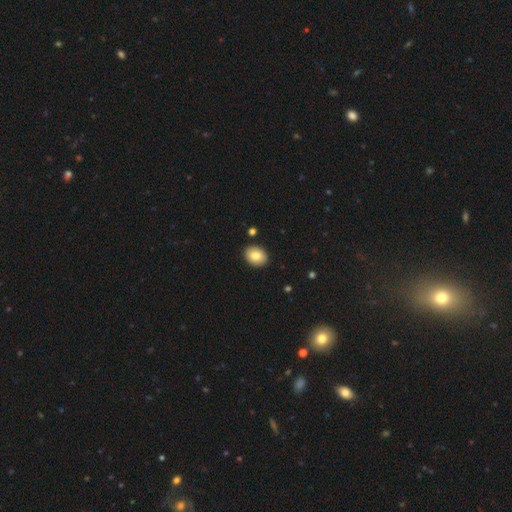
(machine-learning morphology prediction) smooth_or_featured: smooth (p=0.84) [alt: featured or disk p=0.09]
how_rounded: in between (p=0.59) [alt: round p=0.40]
merging: none (p=0.89) [alt: minor disturbance p=0.07]